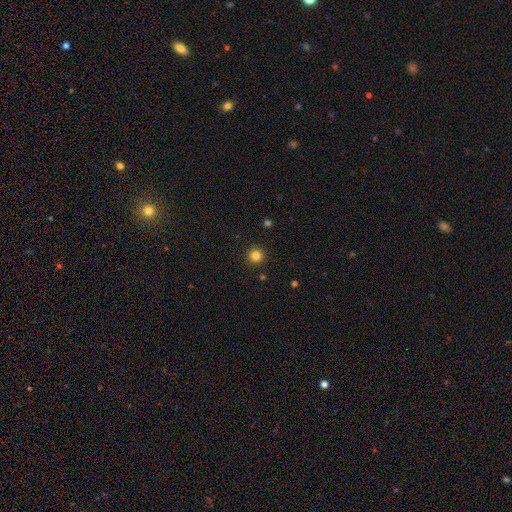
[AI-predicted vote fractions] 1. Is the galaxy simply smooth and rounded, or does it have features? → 83% smooth, 13% star or artifact, 4% featured or disk.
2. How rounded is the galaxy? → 95% round, 4% in between, 1% cigar-shaped.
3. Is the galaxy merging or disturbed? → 92% none, 5% minor disturbance, 2% major disturbance, 1% merger.